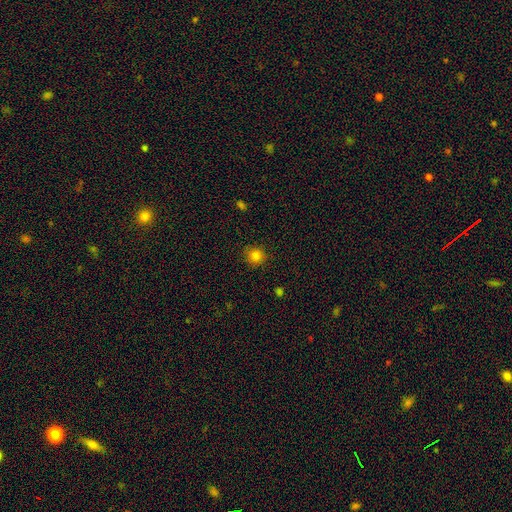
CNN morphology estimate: smooth 81%, star or artifact 13%, featured or disk 6%. Down the decision tree: how rounded — round (91%); merging — none (88%).